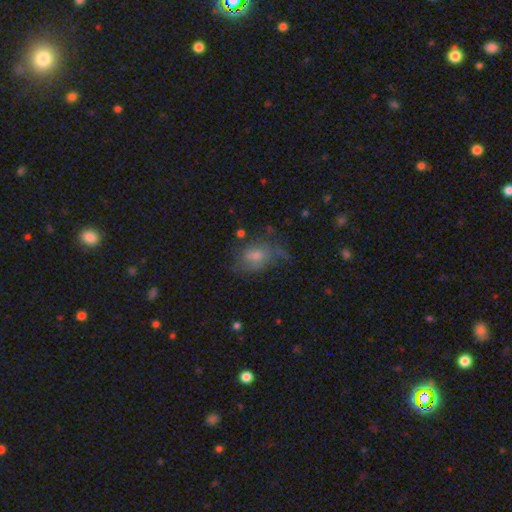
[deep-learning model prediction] Overall: smooth (47%; featured or disk 39%). Merging: none (46%; minor disturbance 29%).